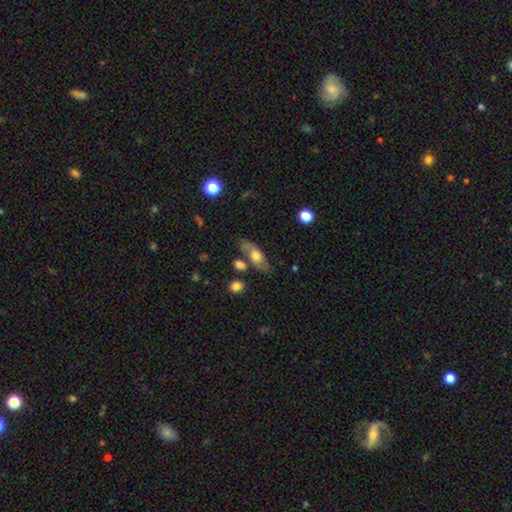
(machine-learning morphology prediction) This is possibly a smooth galaxy (58%). How rounded: likely in between (74%). Merging: likely none (67%).